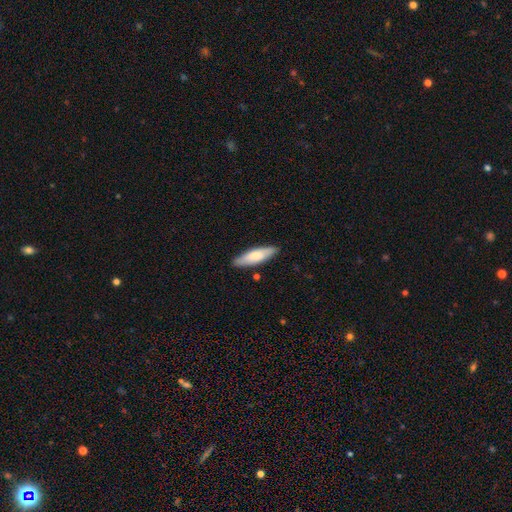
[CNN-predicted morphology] A smooth galaxy with no disk features (74%) that is cigar-shaped (62%). Merging: none (87%).